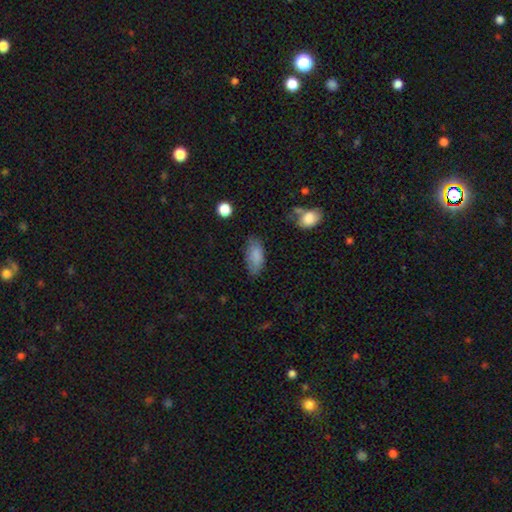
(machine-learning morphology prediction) Smooth or featured? smooth (84%)
How rounded? in between (88%)
Merging? none (71%)